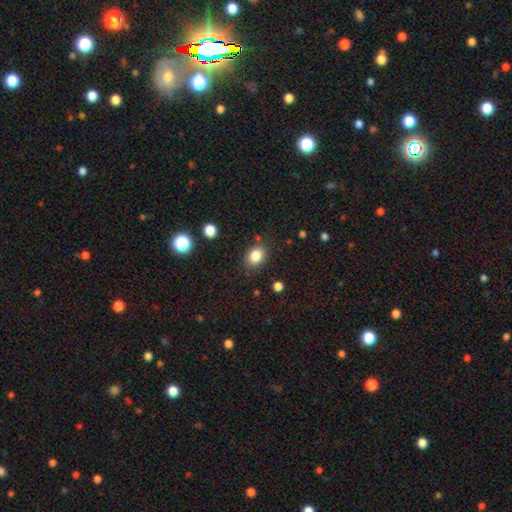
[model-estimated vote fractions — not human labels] The model was most divided on "how rounded": in between: 51%, round: 48%, cigar-shaped: 1%. More confident: smooth or featured — smooth (84%); merging — none (82%).